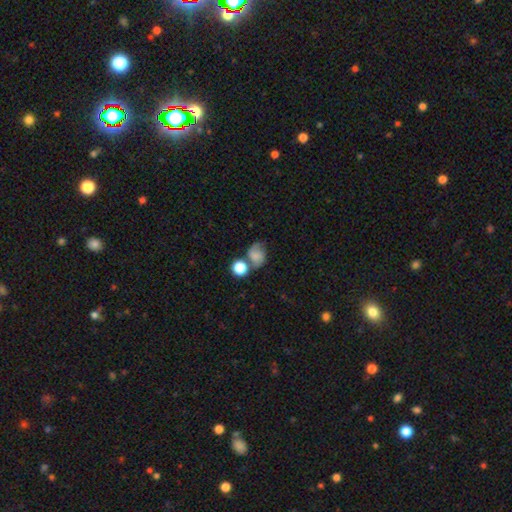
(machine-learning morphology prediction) smooth 65%, featured or disk 23%, star or artifact 12%. Down the decision tree: how rounded — in between (50%); merging — none (42%).